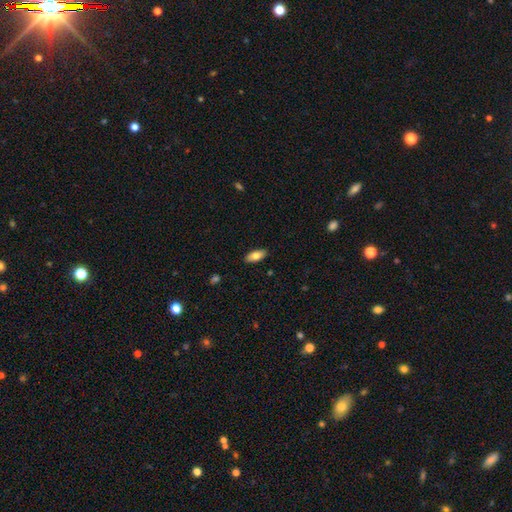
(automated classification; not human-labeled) A smooth galaxy with no disk features (80%) that is in between round and cigar-shaped (88%).

Vote fractions:
- Smooth or featured? smooth: 80% / featured or disk: 14% / star or artifact: 7%
- How rounded? in between: 88% / cigar-shaped: 10% / round: 2%
- Merging? none: 88% / minor disturbance: 9% / major disturbance: 2% / merger: 1%